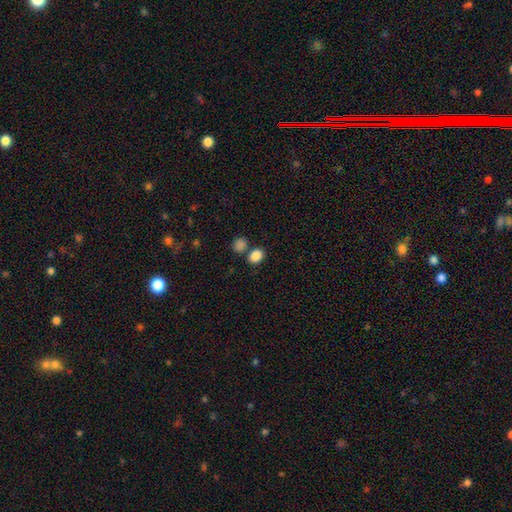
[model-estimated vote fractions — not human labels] Smooth or featured? Predicted: smooth (p=0.86). How rounded? Predicted: in between (p=0.54). Merging? Predicted: none (p=0.66).